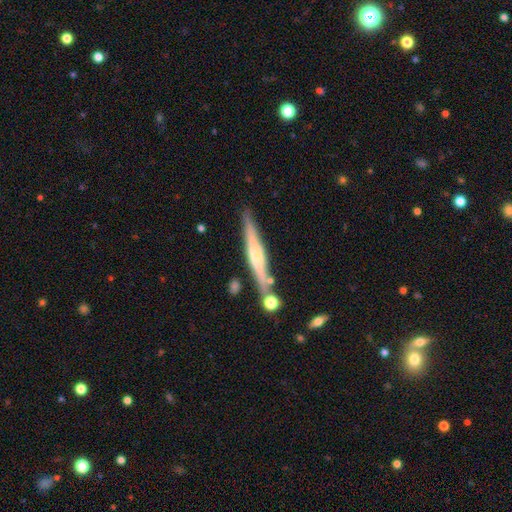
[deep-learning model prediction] Morphology: type=featured or disk (68%); edge-on=yes (96%); edge-on bulge=rounded (68%); merging=none (79%).